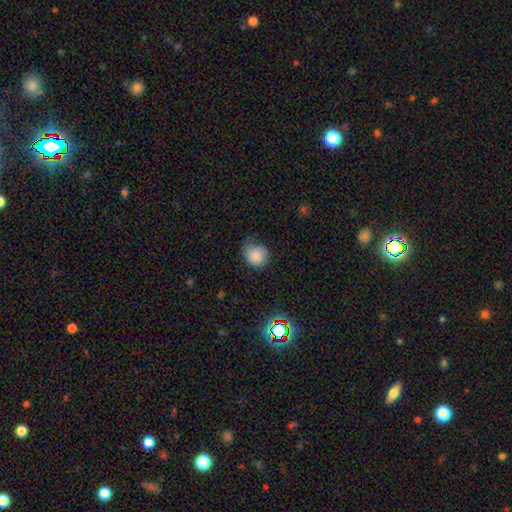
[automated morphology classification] Overall: smooth (83%). How rounded: round (78%). Merging: none (52%; minor disturbance 35%).